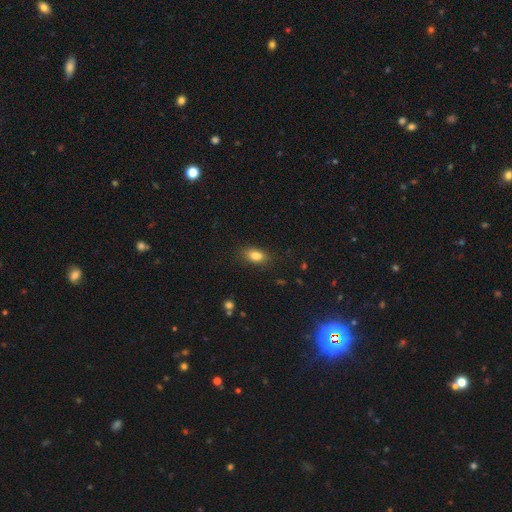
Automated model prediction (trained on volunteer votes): Q: Smooth or featured?
A: smooth (83%); runner-up: star or artifact (10%)
Q: How rounded?
A: in between (85%); runner-up: round (11%)
Q: Merging?
A: none (81%); runner-up: minor disturbance (14%)